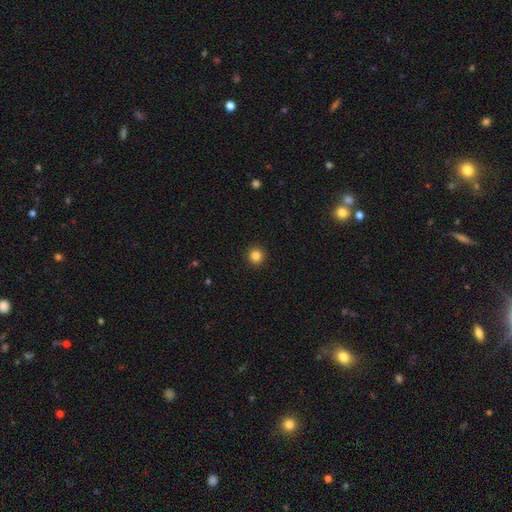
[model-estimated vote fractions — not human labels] smooth_or_featured: smooth (p=0.84) [alt: star or artifact p=0.11]
how_rounded: round (p=0.94) [alt: in between p=0.05]
merging: none (p=0.93) [alt: minor disturbance p=0.05]